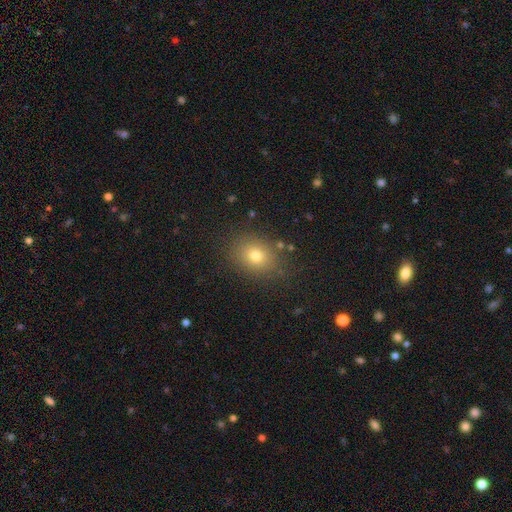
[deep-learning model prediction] smooth 75%, star or artifact 15%, featured or disk 11%. Down the decision tree: how rounded — round (51%); merging — none (84%).